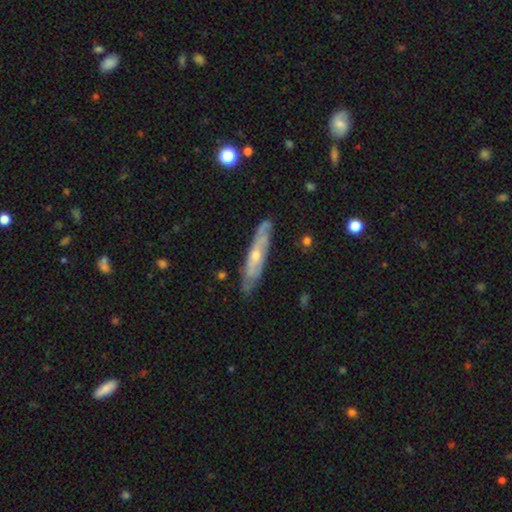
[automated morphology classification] smooth_or_featured: featured or disk (p=0.66) [alt: smooth p=0.28]
disk_edge_on: yes (p=0.53) [alt: no p=0.47]
merging: none (p=0.76) [alt: minor disturbance p=0.18]